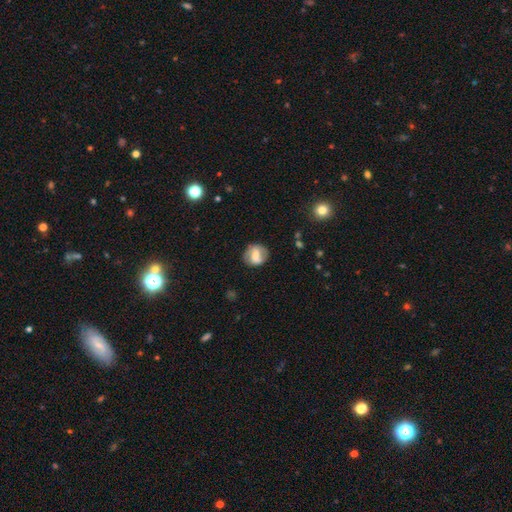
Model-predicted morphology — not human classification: smooth-or-featured: featured or disk: 49% | smooth: 43% | star or artifact: 8%
  merging: none: 75% | minor disturbance: 17% | major disturbance: 6% | merger: 2%